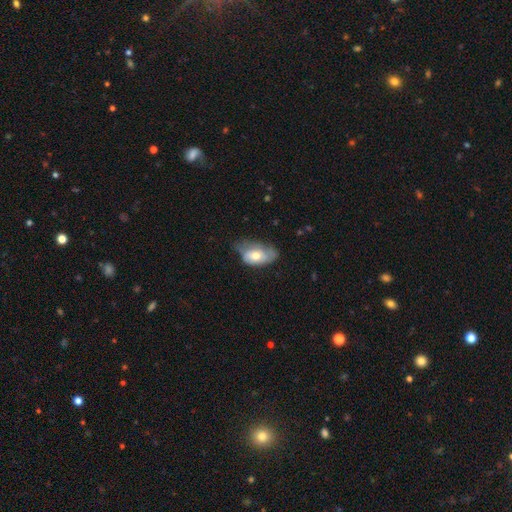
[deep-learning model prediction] Q: Smooth or featured?
A: smooth (58%); runner-up: featured or disk (35%)
Q: How rounded?
A: in between (90%); runner-up: round (8%)
Q: Merging?
A: minor disturbance (42%); runner-up: none (33%)